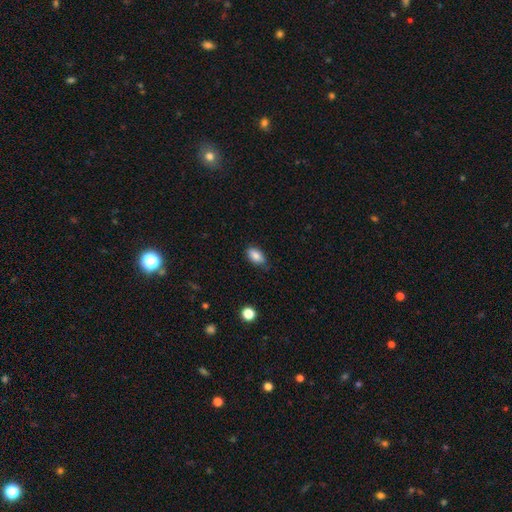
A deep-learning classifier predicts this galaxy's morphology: Smooth or featured? smooth (85%)
How rounded? in between (91%)
Merging? none (80%)